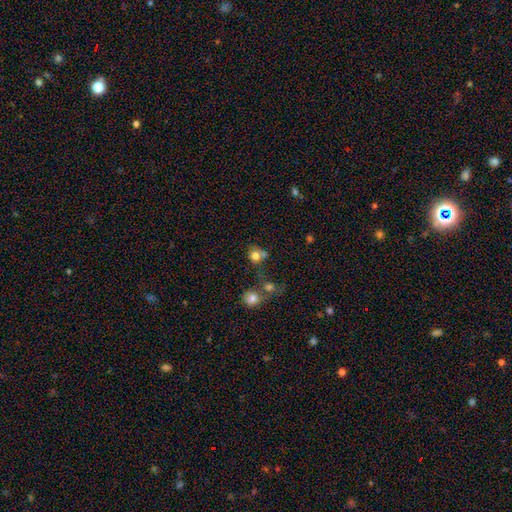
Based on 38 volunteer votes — A smooth galaxy with no disk features (89%) that is round (82%). Merging: none (43%).